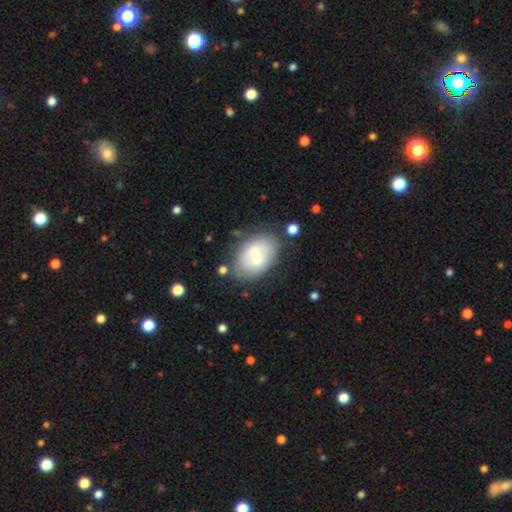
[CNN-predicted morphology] Smooth or featured? Predicted: featured or disk (p=0.47). Merging? Predicted: none (p=0.74).